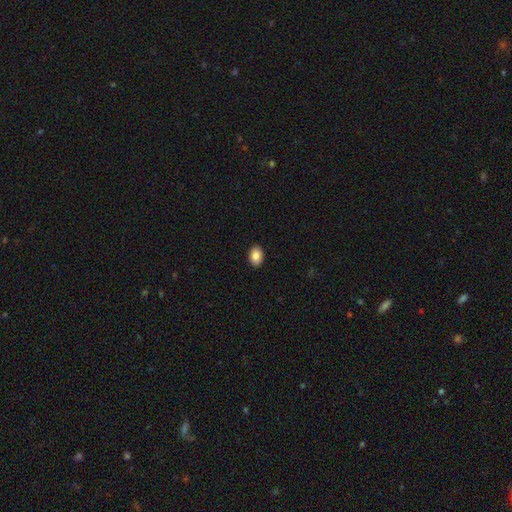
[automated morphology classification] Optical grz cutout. It shows a smooth galaxy with no disk features (86%) that is in between round and cigar-shaped (81%). Merging: none (91%).